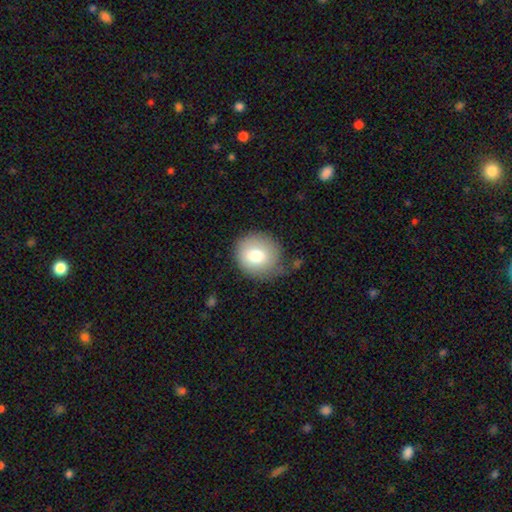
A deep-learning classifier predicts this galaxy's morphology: smooth 78%, featured or disk 14%, star or artifact 9%. Down the decision tree: how rounded — round (87%); merging — none (66%).